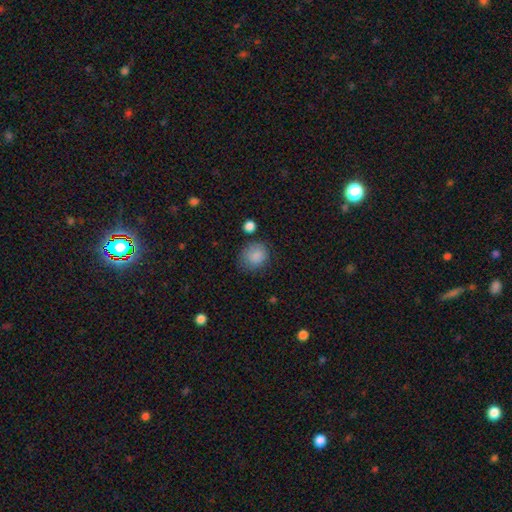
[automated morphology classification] smooth 87%, star or artifact 8%, featured or disk 5%. Down the decision tree: how rounded — round (71%); merging — none (71%).